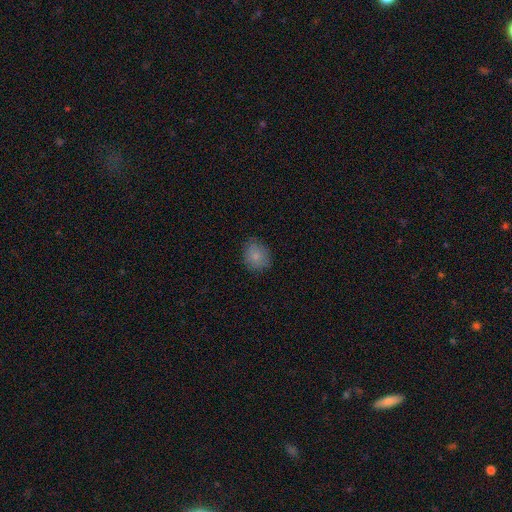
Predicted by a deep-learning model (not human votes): A smooth galaxy with no disk features (83%) that is round (61%).

Vote fractions:
- Smooth or featured? smooth: 83% / star or artifact: 9% / featured or disk: 8%
- How rounded? round: 61% / in between: 38% / cigar-shaped: 1%
- Merging? none: 80% / minor disturbance: 16% / major disturbance: 3% / merger: 1%